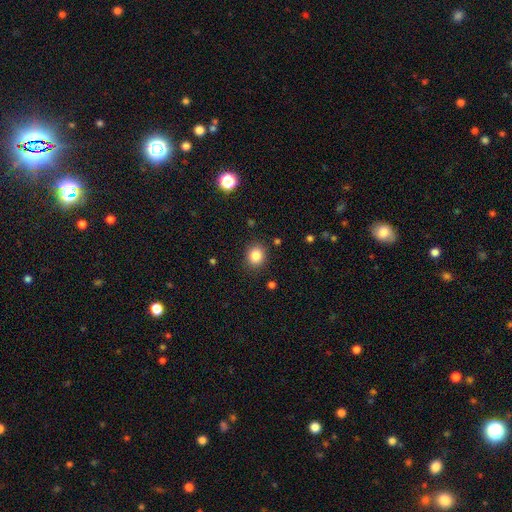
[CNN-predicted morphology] type=smooth (84%); roundness=round (75%); merging=none (87%).